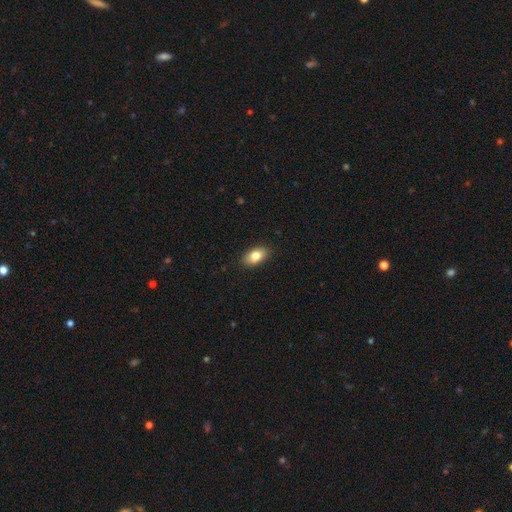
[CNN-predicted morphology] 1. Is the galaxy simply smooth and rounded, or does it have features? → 81% smooth, 11% featured or disk, 8% star or artifact.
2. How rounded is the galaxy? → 90% in between, 7% round, 3% cigar-shaped.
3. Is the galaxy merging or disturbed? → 88% none, 9% minor disturbance, 2% major disturbance, 1% merger.